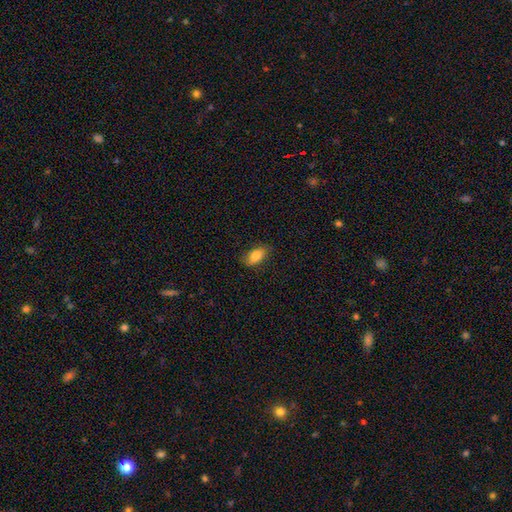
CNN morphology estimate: smooth 82%, featured or disk 11%, star or artifact 7%. Down the decision tree: how rounded — in between (90%); merging — none (82%).